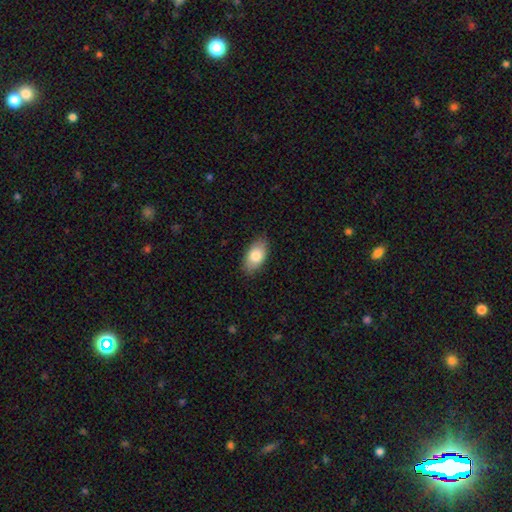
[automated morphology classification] Smooth or featured?
  - smooth: 82% *
  - featured or disk: 12%
  - star or artifact: 6%
How rounded?
  - in between: 93% *
  - round: 4%
  - cigar-shaped: 3%
Merging?
  - none: 85% *
  - minor disturbance: 11%
  - major disturbance: 2%
  - merger: 1%